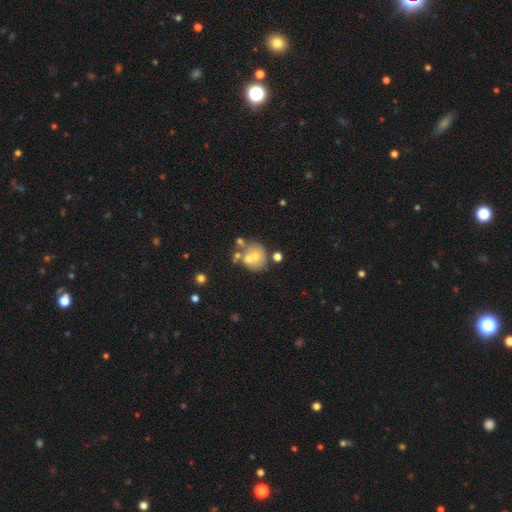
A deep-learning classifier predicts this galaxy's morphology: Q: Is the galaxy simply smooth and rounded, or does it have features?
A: smooth — 51%.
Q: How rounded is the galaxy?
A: round — 74%.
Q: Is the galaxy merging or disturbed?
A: none — 39%.